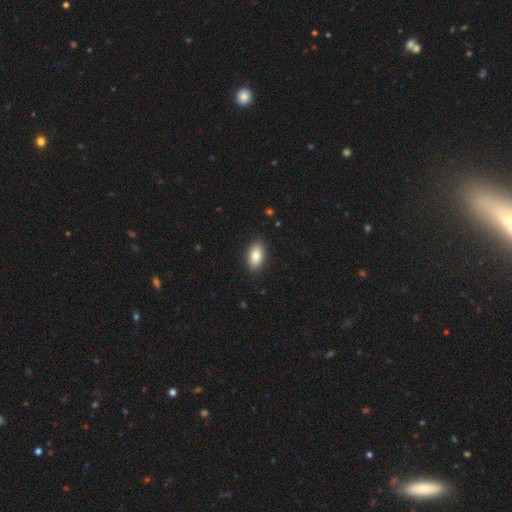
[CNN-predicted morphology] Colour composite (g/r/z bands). It shows a smooth galaxy with no disk features (83%) that is in between round and cigar-shaped (91%). Merging: none (89%).